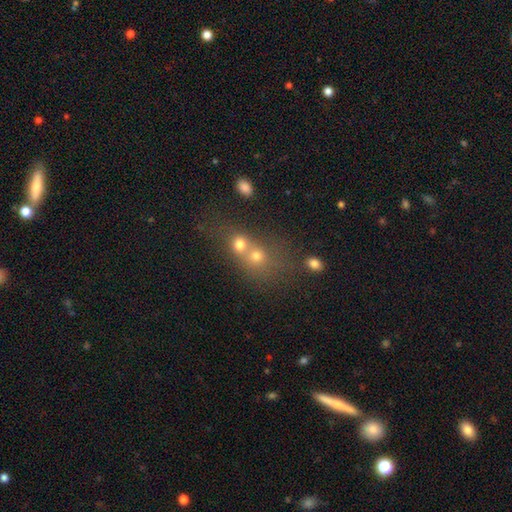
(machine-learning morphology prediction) smooth-or-featured: smooth: 50% | star or artifact: 28% | featured or disk: 22%
  merging: merger: 62% | none: 29% | minor disturbance: 6% | major disturbance: 4%